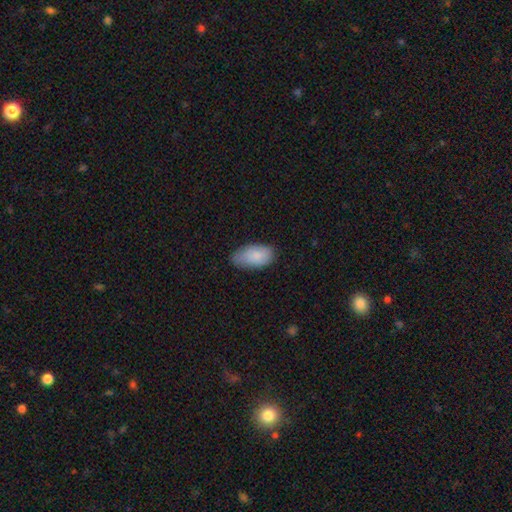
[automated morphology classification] This appears to be a smooth galaxy with no disk features (85%) that is in between round and cigar-shaped (95%). Merging: none (68%).